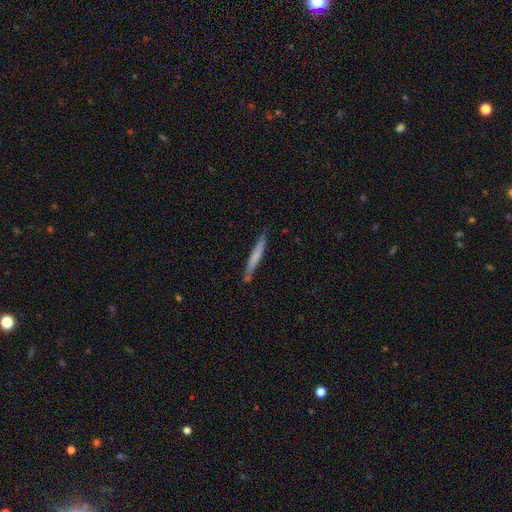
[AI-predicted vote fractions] smooth-or-featured: smooth: 64% | featured or disk: 31% | star or artifact: 6%
  how-rounded: cigar-shaped: 96% | in between: 3% | round: 1%
  merging: none: 81% | minor disturbance: 14% | merger: 3% | major disturbance: 2%